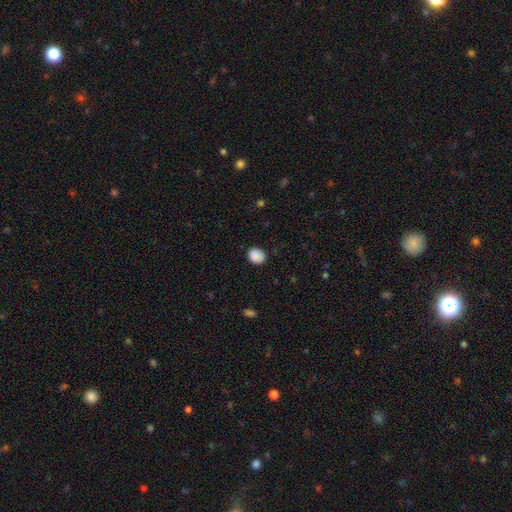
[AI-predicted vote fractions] Overall: smooth (89%). How rounded: round (61%; in between 38%). Merging: none (84%).